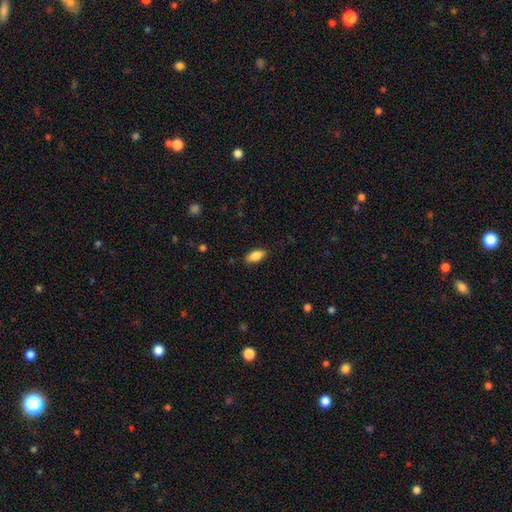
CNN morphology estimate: smooth_or_featured: smooth (p=0.84) [alt: featured or disk p=0.10]
how_rounded: in between (p=0.86) [alt: cigar-shaped p=0.12]
merging: none (p=0.86) [alt: minor disturbance p=0.11]